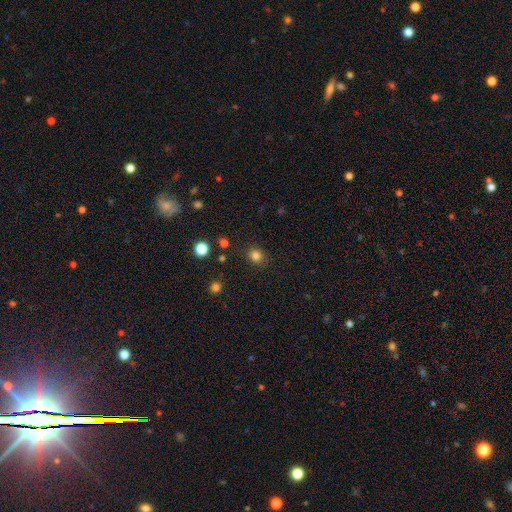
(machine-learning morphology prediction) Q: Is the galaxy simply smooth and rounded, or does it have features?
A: smooth — 82%.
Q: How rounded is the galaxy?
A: round — 78%.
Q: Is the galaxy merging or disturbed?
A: none — 87%.